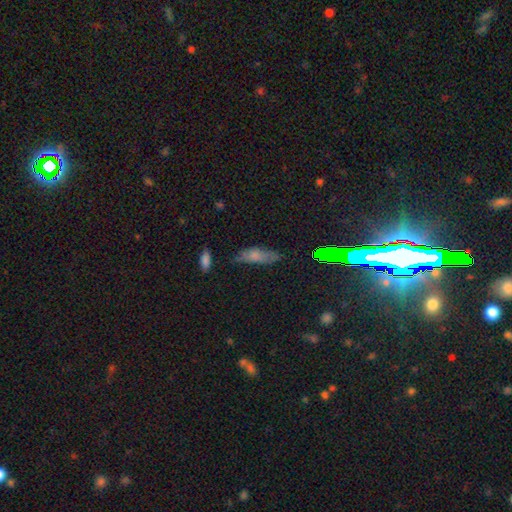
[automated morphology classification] A smooth galaxy with no disk features (63%) that is in between round and cigar-shaped (54%).

Vote fractions:
- Smooth or featured? smooth: 63% / featured or disk: 22% / star or artifact: 15%
- How rounded? in between: 54% / cigar-shaped: 43% / round: 3%
- Merging? none: 59% / minor disturbance: 28% / major disturbance: 9% / merger: 4%